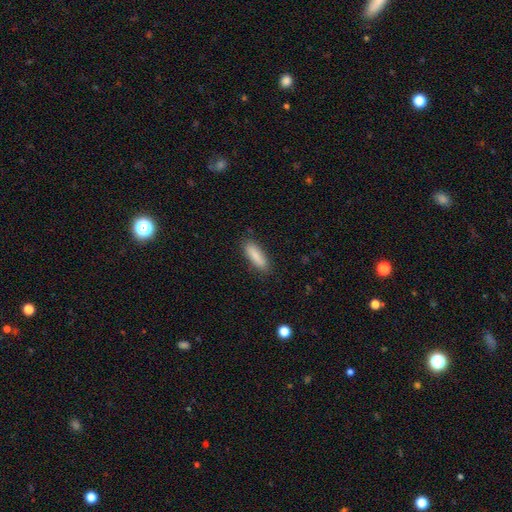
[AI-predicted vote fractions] Smooth or featured: smooth — 87% (featured or disk — 7%)
How rounded: cigar-shaped — 51% (in between — 48%)
Merging: none — 85% (minor disturbance — 11%)